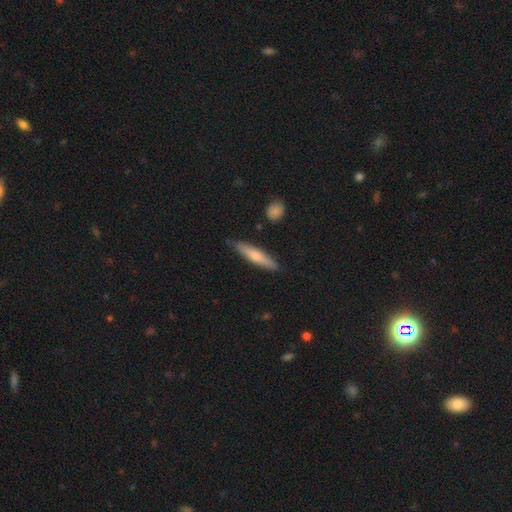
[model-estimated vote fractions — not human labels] A smooth galaxy with no disk features (60%) that is cigar-shaped (87%). Merging: none (85%).